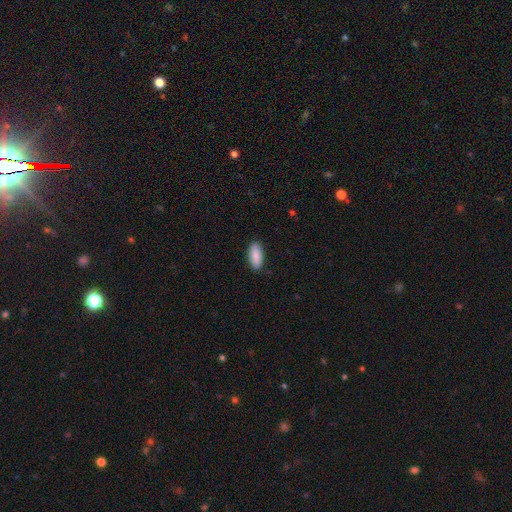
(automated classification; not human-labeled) This appears to be a smooth galaxy with no disk features (86%) that is in between round and cigar-shaped (84%). Merging: none (89%).